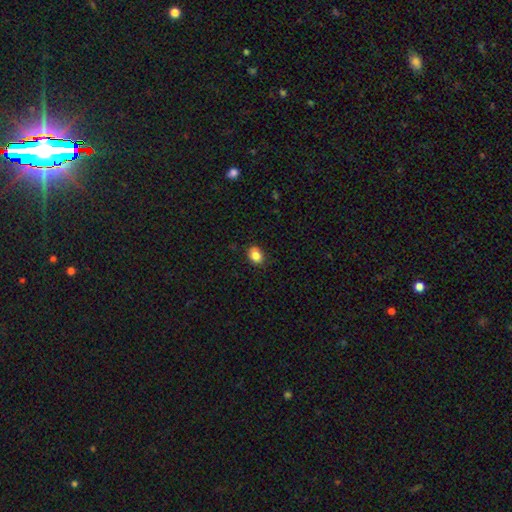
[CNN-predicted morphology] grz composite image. It shows a smooth galaxy with no disk features (85%) that is in between round and cigar-shaped (59%). Merging: none (84%).